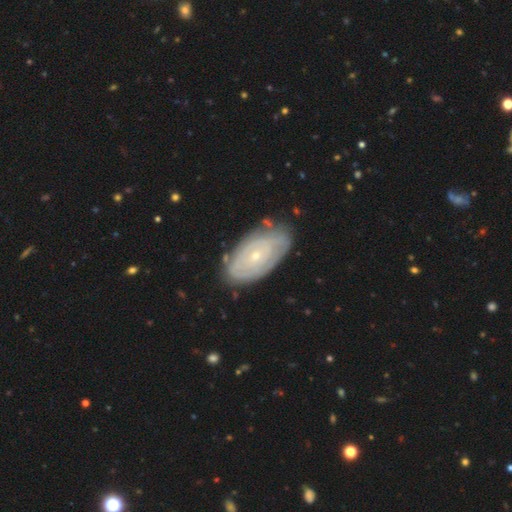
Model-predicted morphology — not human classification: A featured or disk galaxy (69%) with no bar (81%), spiral arms (71%) and a small central bulge (76%). Merging: none (76%).